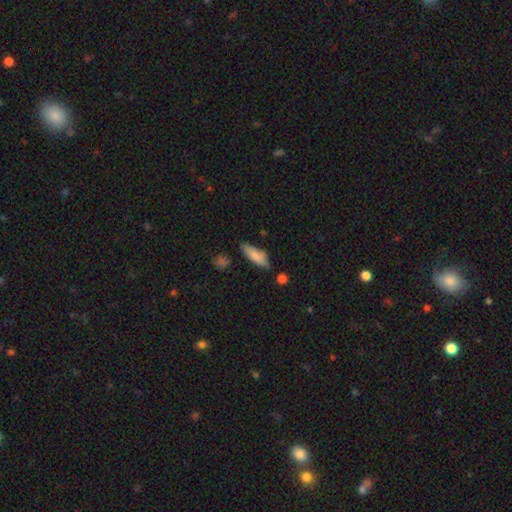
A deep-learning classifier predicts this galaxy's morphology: Smooth or featured?
  - smooth: 80% *
  - featured or disk: 14%
  - star or artifact: 7%
How rounded?
  - in between: 54% *
  - cigar-shaped: 44%
  - round: 2%
Merging?
  - none: 70% *
  - minor disturbance: 22%
  - merger: 4%
  - major disturbance: 4%